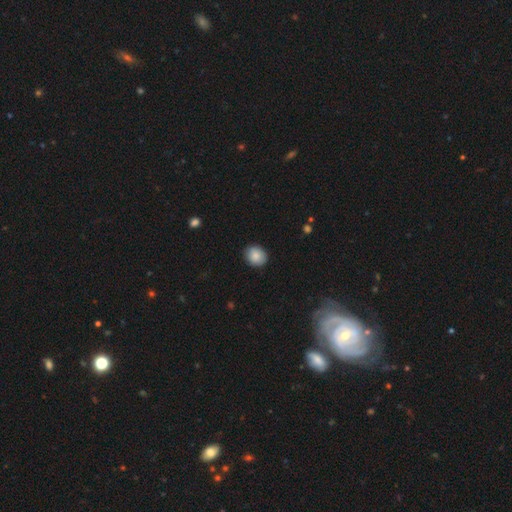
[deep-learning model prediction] This is clearly a smooth galaxy (87%). How rounded: likely round (70%). Merging: clearly none (88%).